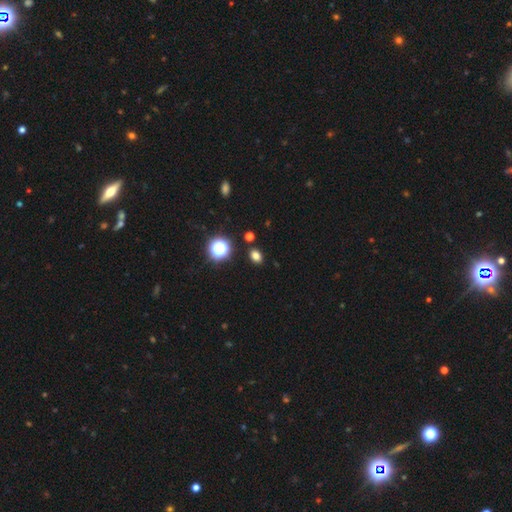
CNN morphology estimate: This appears to be a smooth galaxy with no disk features (76%) that is in between round and cigar-shaped (67%). Merging: none (87%).